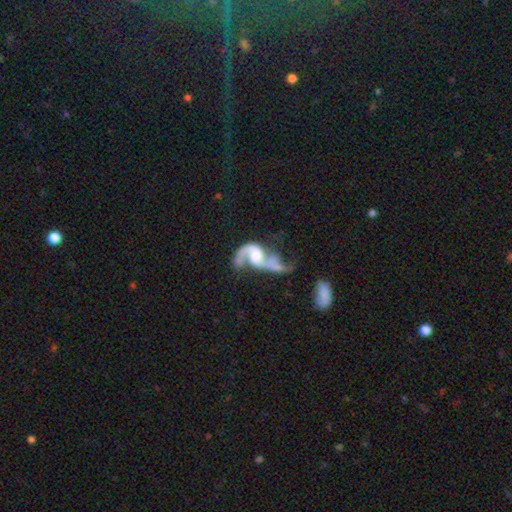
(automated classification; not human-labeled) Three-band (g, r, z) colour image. It shows a featured or disk galaxy (88%) with no bar (52%), 2 (85%) loose (60%) spiral arms (95%) and a moderate central bulge (52%). Merging: major disturbance (34%).